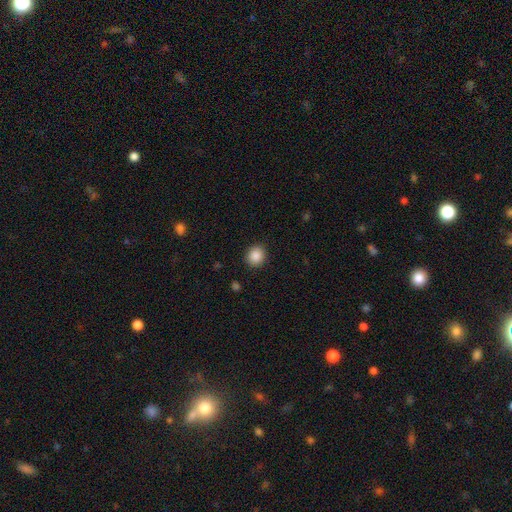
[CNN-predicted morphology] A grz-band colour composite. It shows a smooth galaxy with no disk features (88%) that is round (78%). Merging: none (90%).